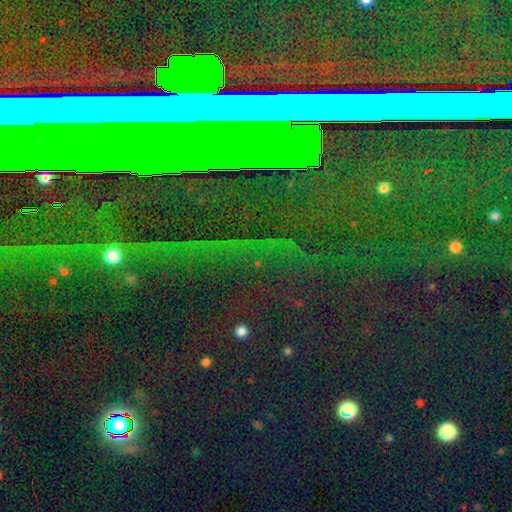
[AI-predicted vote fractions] smooth-or-featured: star or artifact: 86% | featured or disk: 7% | smooth: 7%